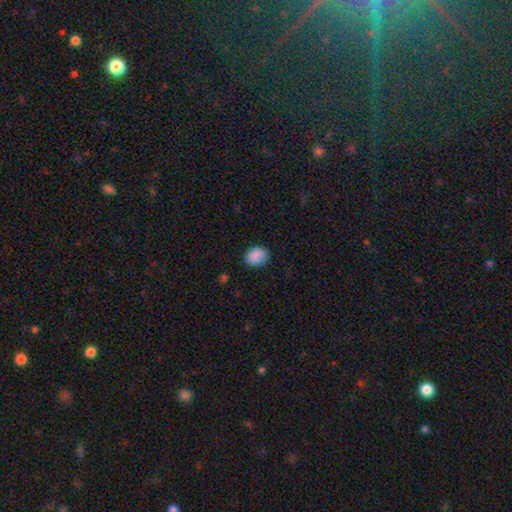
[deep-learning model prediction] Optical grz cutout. It shows a smooth galaxy with no disk features (88%) that is in between round and cigar-shaped (51%). Merging: none (84%).